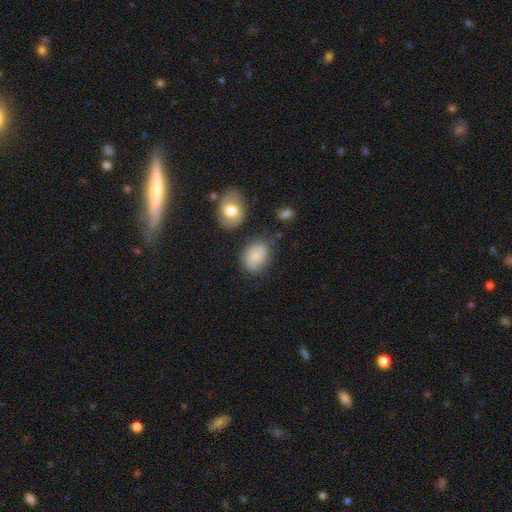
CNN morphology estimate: Smooth or featured: smooth — 75% (featured or disk — 17%)
How rounded: in between — 66% (round — 33%)
Merging: none — 65% (minor disturbance — 22%)